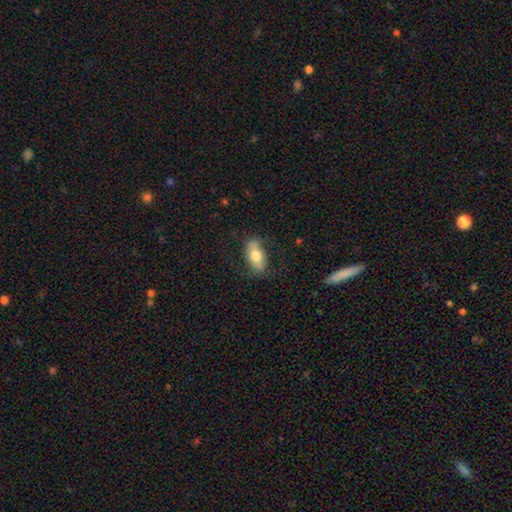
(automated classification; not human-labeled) smooth 66%, featured or disk 28%, star or artifact 7%. Down the decision tree: how rounded — in between (87%); merging — none (74%).